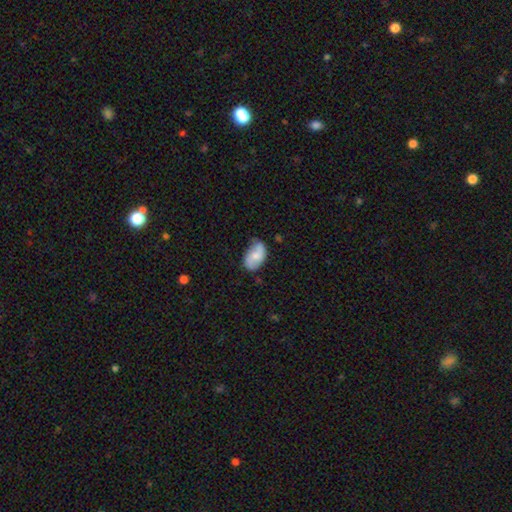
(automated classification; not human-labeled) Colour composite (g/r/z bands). It shows a smooth galaxy with no disk features (59%) that is in between round and cigar-shaped (91%). Merging: none (59%).